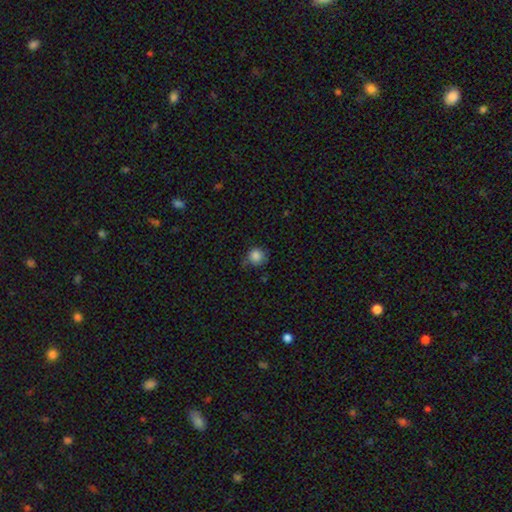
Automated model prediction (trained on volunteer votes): The model was most divided on "merging": none: 66%, minor disturbance: 25%, major disturbance: 5%, merger: 3%. More confident: how rounded — round (91%); smooth or featured — smooth (85%).